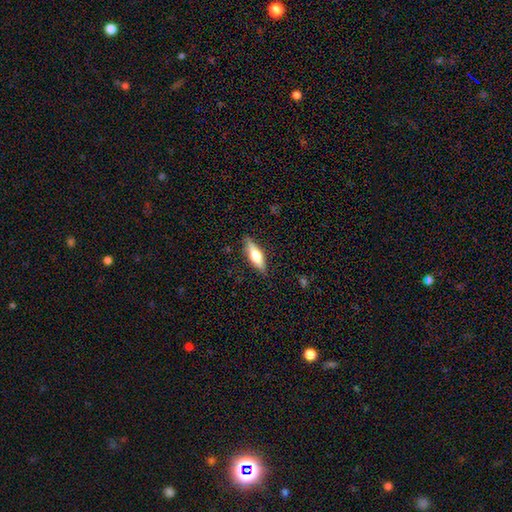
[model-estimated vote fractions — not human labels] Q: Smooth or featured?
A: smooth (52%); runner-up: featured or disk (42%)
Q: How rounded?
A: cigar-shaped (52%); runner-up: in between (45%)
Q: Merging?
A: none (87%); runner-up: minor disturbance (10%)